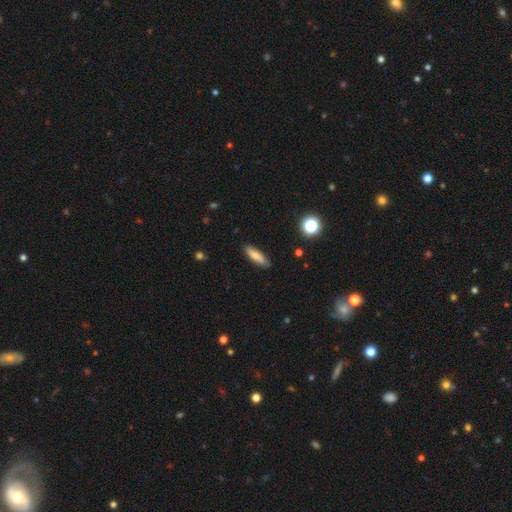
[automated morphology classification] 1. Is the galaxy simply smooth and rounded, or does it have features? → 76% smooth, 16% featured or disk, 8% star or artifact.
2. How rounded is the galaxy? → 64% cigar-shaped, 34% in between, 2% round.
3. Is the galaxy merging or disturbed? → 87% none, 10% minor disturbance, 2% major disturbance, 1% merger.